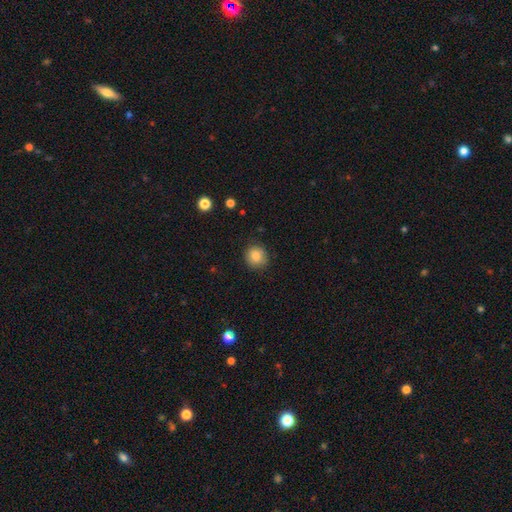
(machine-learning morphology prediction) Smooth or featured? Predicted: smooth (p=0.84). How rounded? Predicted: round (p=0.90). Merging? Predicted: none (p=0.86).